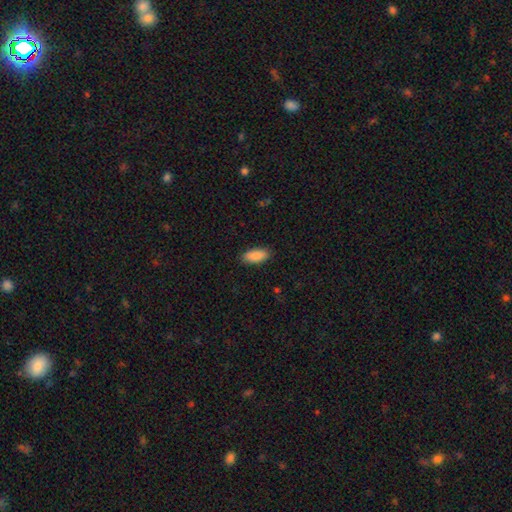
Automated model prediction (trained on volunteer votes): Smooth or featured: smooth — 90% (star or artifact — 6%)
How rounded: in between — 87% (cigar-shaped — 11%)
Merging: none — 88% (minor disturbance — 9%)